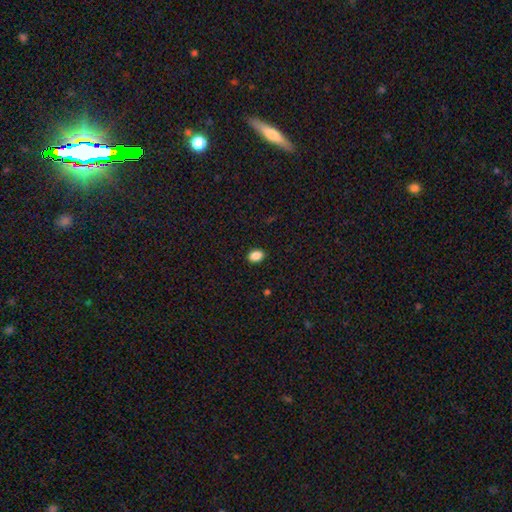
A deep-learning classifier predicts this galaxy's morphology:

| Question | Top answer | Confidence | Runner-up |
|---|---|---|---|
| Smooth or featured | smooth | 88% | star or artifact (9%) |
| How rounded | in between | 78% | round (21%) |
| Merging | none | 90% | minor disturbance (8%) |